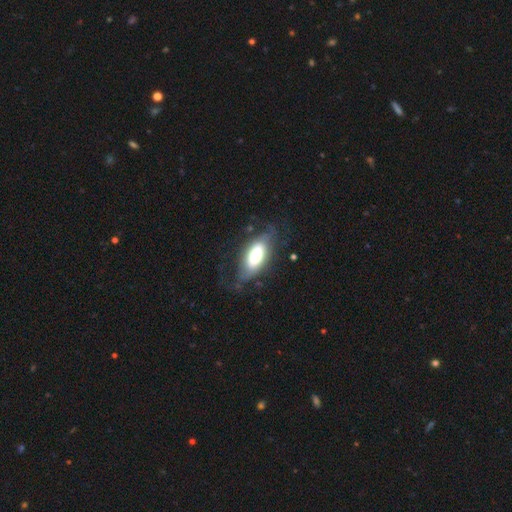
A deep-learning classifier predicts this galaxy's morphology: Smooth or featured? smooth (54%)
How rounded? in between (85%)
Merging? none (61%)